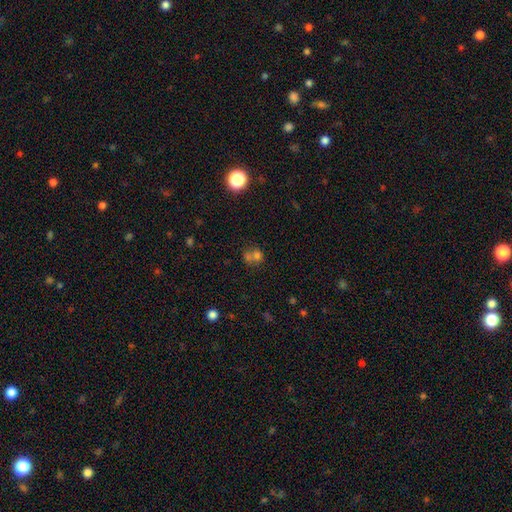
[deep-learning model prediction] Smooth or featured: smooth — 62% (star or artifact — 24%)
How rounded: round — 78% (in between — 21%)
Merging: merger — 48% (none — 39%)